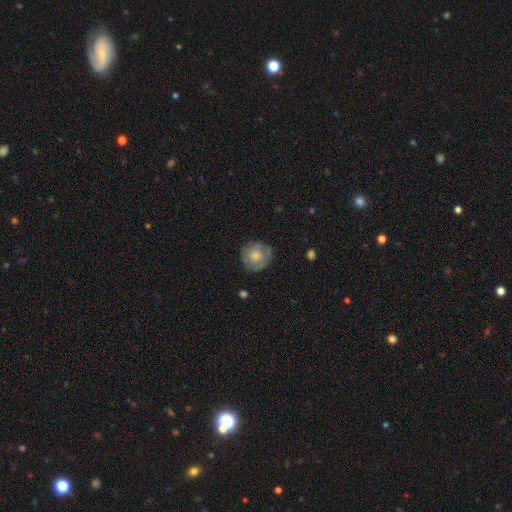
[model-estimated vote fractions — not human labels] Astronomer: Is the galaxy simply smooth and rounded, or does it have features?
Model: smooth — 55% (runner-up: featured or disk, 39%).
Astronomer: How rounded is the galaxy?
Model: round — 90%.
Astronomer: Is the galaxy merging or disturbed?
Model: none — 78%.